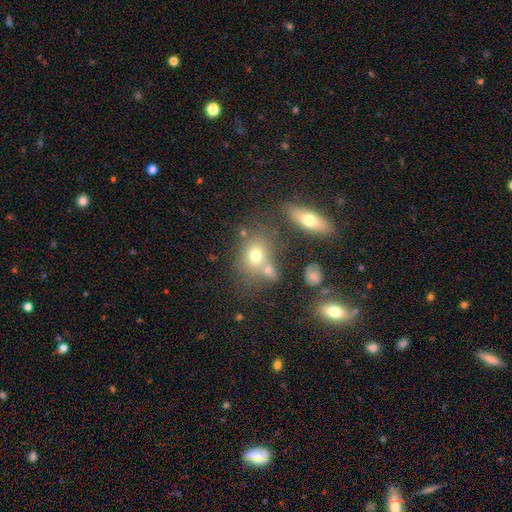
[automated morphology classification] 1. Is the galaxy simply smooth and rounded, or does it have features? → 68% smooth, 17% featured or disk, 15% star or artifact.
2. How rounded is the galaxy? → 53% round, 45% in between, 2% cigar-shaped.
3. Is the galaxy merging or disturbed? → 51% none, 30% merger, 12% minor disturbance, 7% major disturbance.